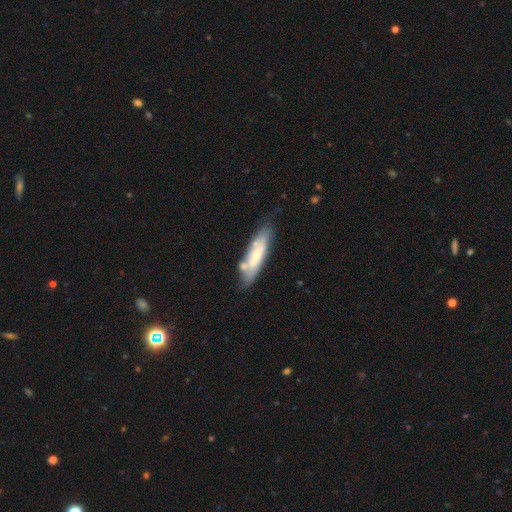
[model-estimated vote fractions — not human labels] smooth-or-featured: smooth: 52% | featured or disk: 41% | star or artifact: 7%
  how-rounded: cigar-shaped: 64% | in between: 34% | round: 2%
  merging: none: 61% | minor disturbance: 22% | merger: 11% | major disturbance: 6%